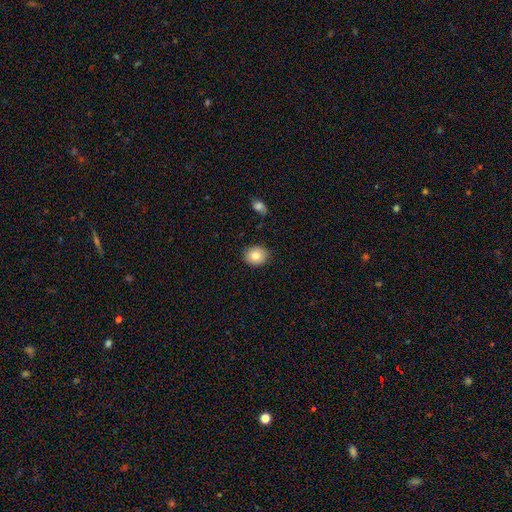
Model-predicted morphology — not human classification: Q: Smooth or featured?
A: smooth (79%); runner-up: featured or disk (12%)
Q: How rounded?
A: round (67%); runner-up: in between (33%)
Q: Merging?
A: none (89%); runner-up: minor disturbance (8%)